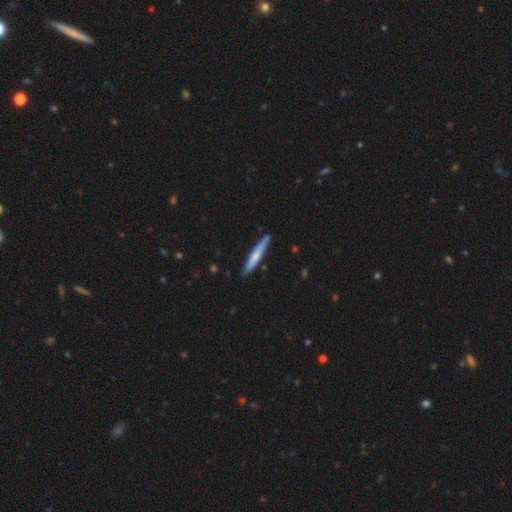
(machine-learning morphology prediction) smooth_or_featured: smooth (p=0.68) [alt: featured or disk p=0.27]
how_rounded: cigar-shaped (p=0.95) [alt: in between p=0.04]
merging: none (p=0.84) [alt: minor disturbance p=0.12]